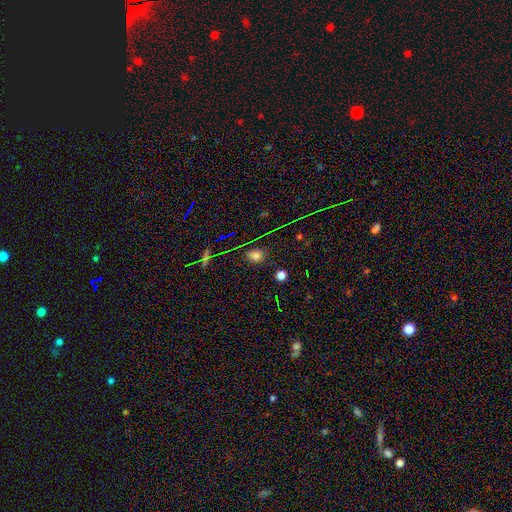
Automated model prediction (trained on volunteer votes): Q: Smooth or featured?
A: smooth (66%); runner-up: star or artifact (28%)
Q: How rounded?
A: round (58%); runner-up: in between (40%)
Q: Merging?
A: none (80%); runner-up: minor disturbance (13%)